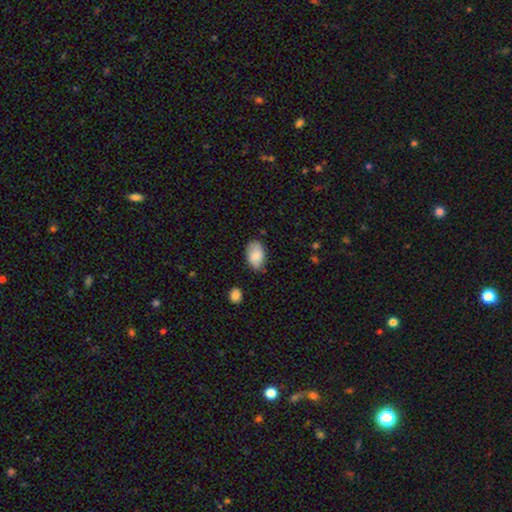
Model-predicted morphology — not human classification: Smooth or featured?
  - smooth: 84% *
  - featured or disk: 9%
  - star or artifact: 7%
How rounded?
  - in between: 92% *
  - round: 6%
  - cigar-shaped: 1%
Merging?
  - none: 72% *
  - minor disturbance: 22%
  - major disturbance: 4%
  - merger: 2%